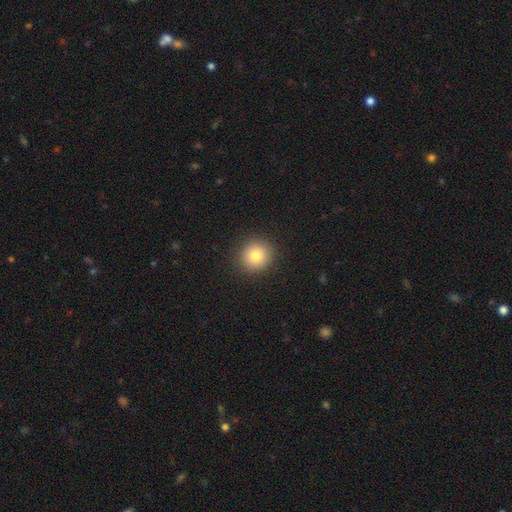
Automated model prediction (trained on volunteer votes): Smooth or featured: smooth — 80% (star or artifact — 11%)
How rounded: round — 90% (in between — 9%)
Merging: none — 91% (minor disturbance — 6%)